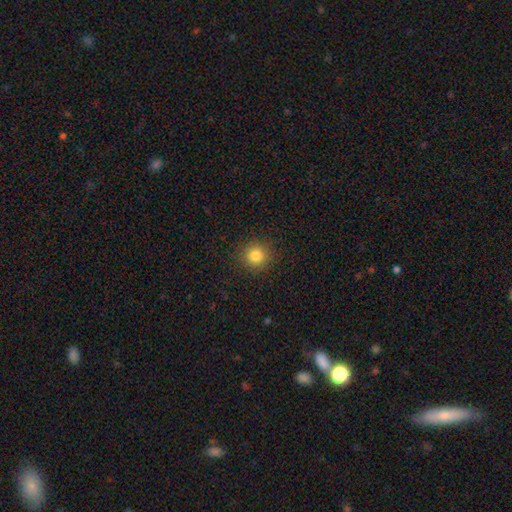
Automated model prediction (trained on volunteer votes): Smooth or featured: smooth — 82% (star or artifact — 13%)
How rounded: round — 93% (in between — 6%)
Merging: none — 91% (minor disturbance — 6%)